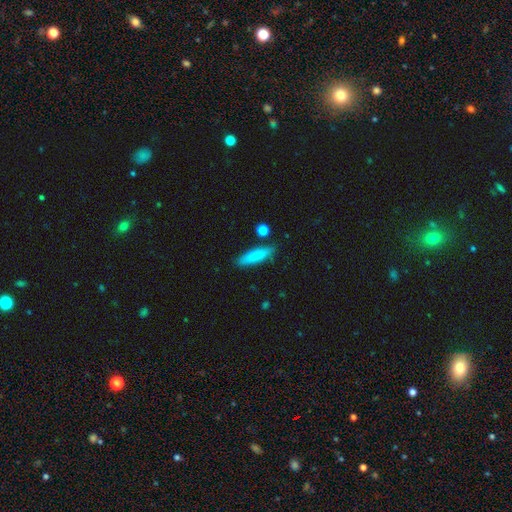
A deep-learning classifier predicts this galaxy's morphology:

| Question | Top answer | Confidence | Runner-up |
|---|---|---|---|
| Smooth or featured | smooth | 82% | featured or disk (11%) |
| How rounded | cigar-shaped | 74% | in between (24%) |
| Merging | none | 83% | minor disturbance (12%) |